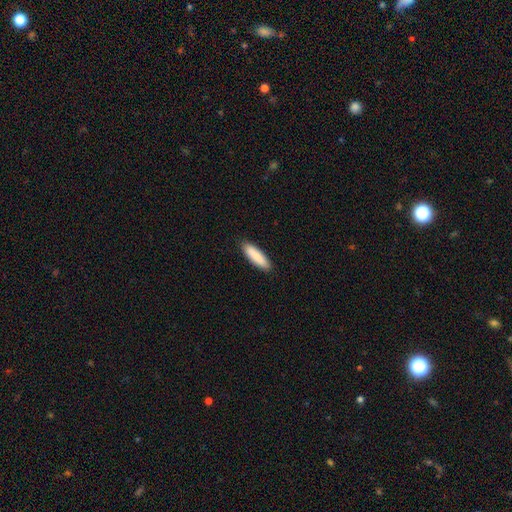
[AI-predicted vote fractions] This appears to be a smooth galaxy with no disk features (89%) that is cigar-shaped (61%). Merging: none (90%).